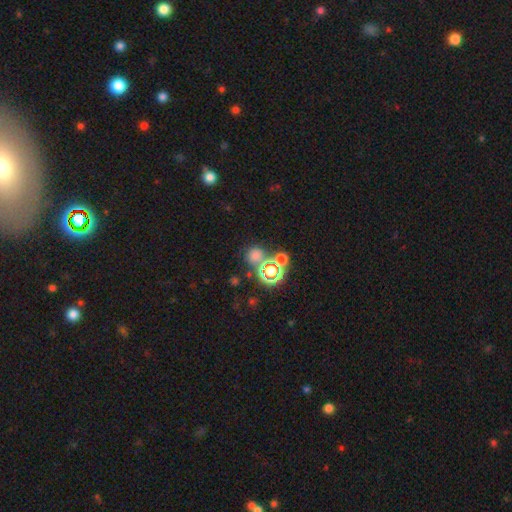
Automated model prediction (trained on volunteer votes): Morphology: type=smooth (60%); roundness=round (83%); merging=none (61%).